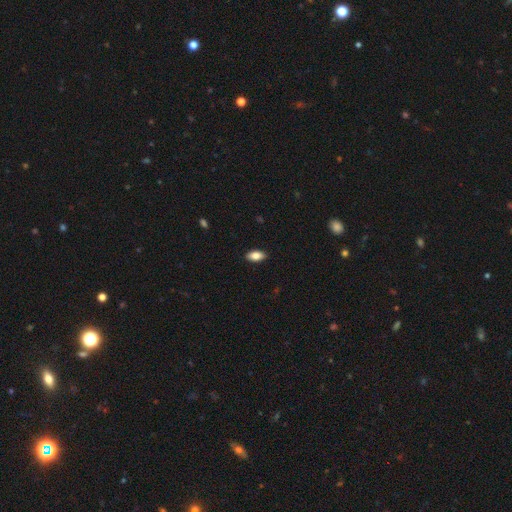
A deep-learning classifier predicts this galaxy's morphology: This is clearly a smooth galaxy (83%). How rounded: clearly in between (91%). Merging: clearly none (89%).